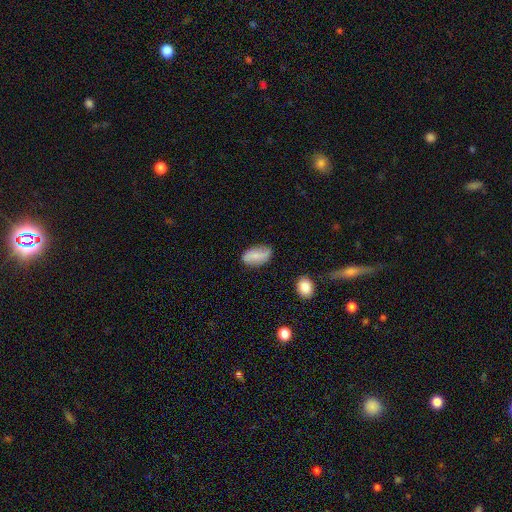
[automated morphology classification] Smooth or featured? Predicted: smooth (p=0.64). How rounded? Predicted: in between (p=0.92). Merging? Predicted: none (p=0.74).